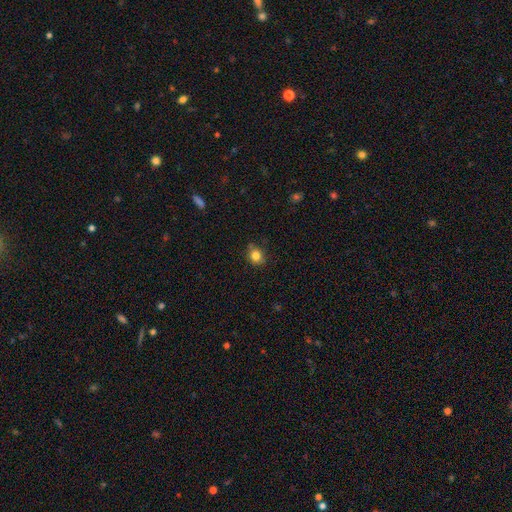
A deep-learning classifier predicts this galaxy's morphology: Smooth or featured: smooth — 81% (star or artifact — 12%)
How rounded: round — 73% (in between — 26%)
Merging: none — 77% (minor disturbance — 17%)